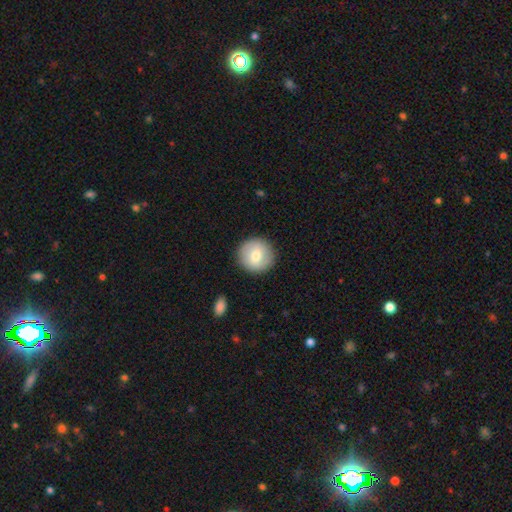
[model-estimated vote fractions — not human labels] Q: Smooth or featured?
A: smooth (71%); runner-up: featured or disk (22%)
Q: How rounded?
A: round (94%); runner-up: in between (5%)
Q: Merging?
A: none (90%); runner-up: minor disturbance (6%)